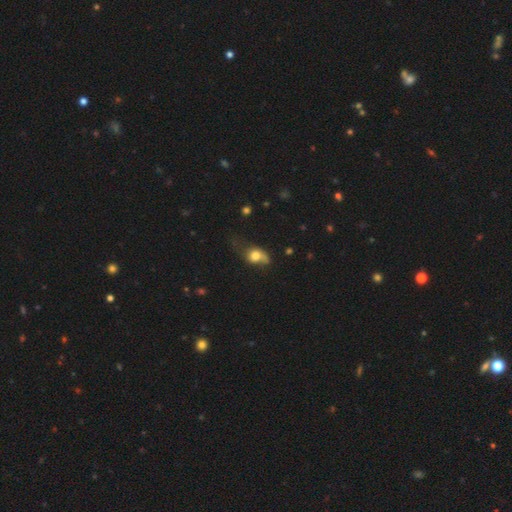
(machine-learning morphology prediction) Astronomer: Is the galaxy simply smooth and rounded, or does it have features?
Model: smooth — 66%.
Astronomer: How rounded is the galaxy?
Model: in between — 61%.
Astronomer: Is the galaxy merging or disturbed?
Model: major disturbance — 35% (runner-up: minor disturbance, 32%).